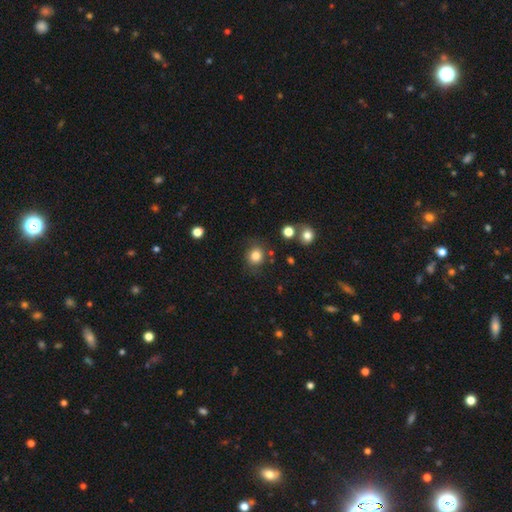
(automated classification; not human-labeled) Morphology: type=smooth (82%); roundness=round (81%); merging=none (80%).